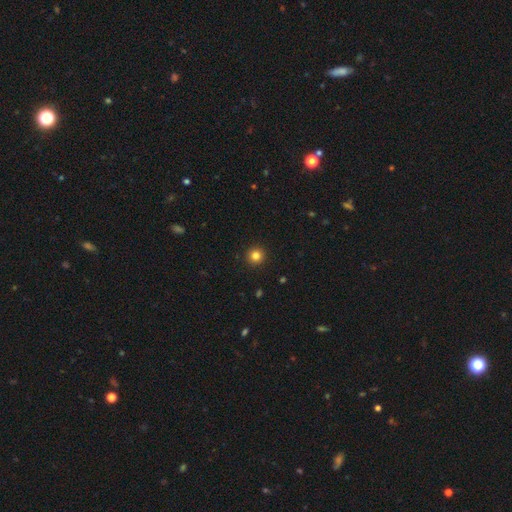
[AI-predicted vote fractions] Q: Smooth or featured?
A: smooth (83%); runner-up: star or artifact (12%)
Q: How rounded?
A: round (95%); runner-up: in between (4%)
Q: Merging?
A: none (93%); runner-up: minor disturbance (4%)